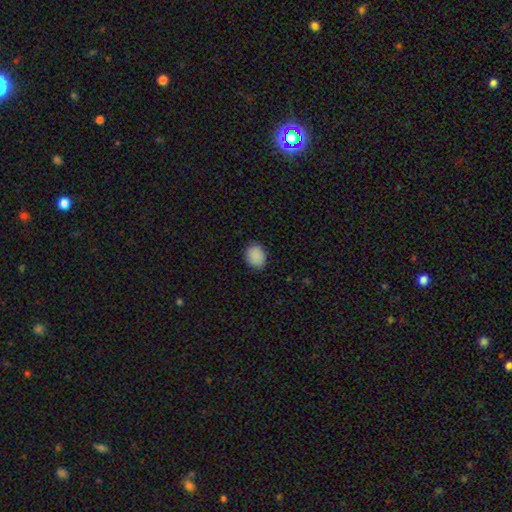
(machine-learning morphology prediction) This is clearly a smooth galaxy (89%). How rounded: possibly round (53%). Merging: clearly none (85%).